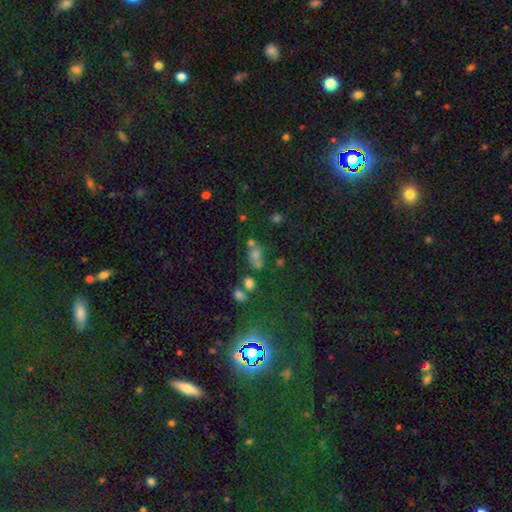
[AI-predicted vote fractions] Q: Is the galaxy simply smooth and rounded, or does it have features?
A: star or artifact — 47%.